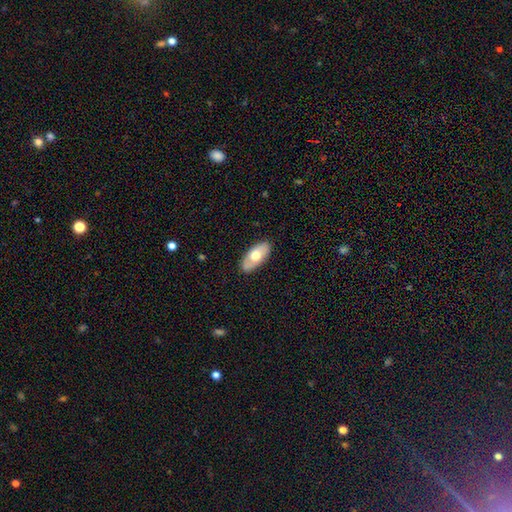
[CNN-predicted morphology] smooth 60%, featured or disk 35%, star or artifact 5%. Down the decision tree: how rounded — in between (92%); merging — none (87%).